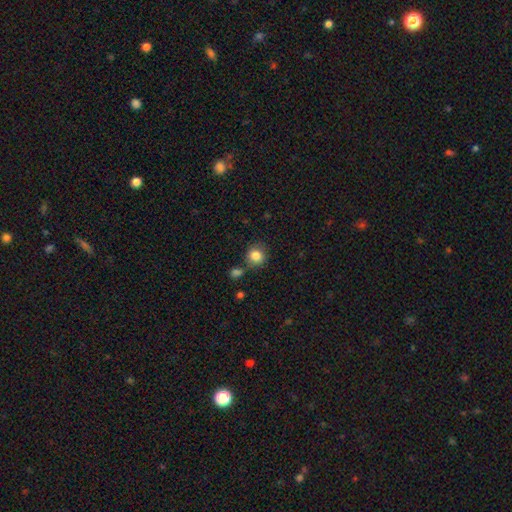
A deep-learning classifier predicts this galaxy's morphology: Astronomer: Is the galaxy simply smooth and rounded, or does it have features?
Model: smooth — 85%.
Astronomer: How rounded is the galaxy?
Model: round — 86%.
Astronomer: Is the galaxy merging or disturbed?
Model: none — 73%.